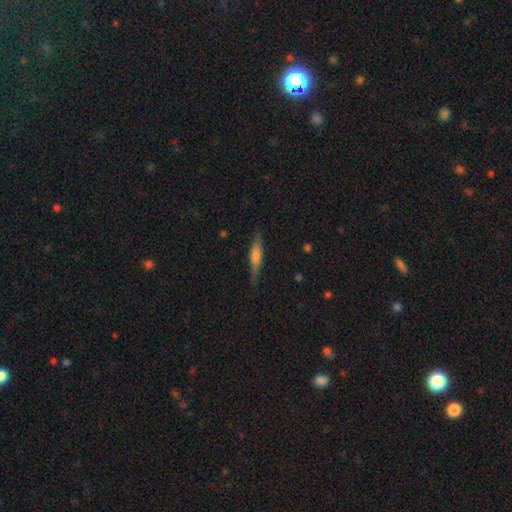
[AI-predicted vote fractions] smooth_or_featured: featured or disk (p=0.51) [alt: smooth p=0.42]
disk_edge_on: yes (p=0.95) [alt: no p=0.05]
merging: none (p=0.85) [alt: minor disturbance p=0.12]